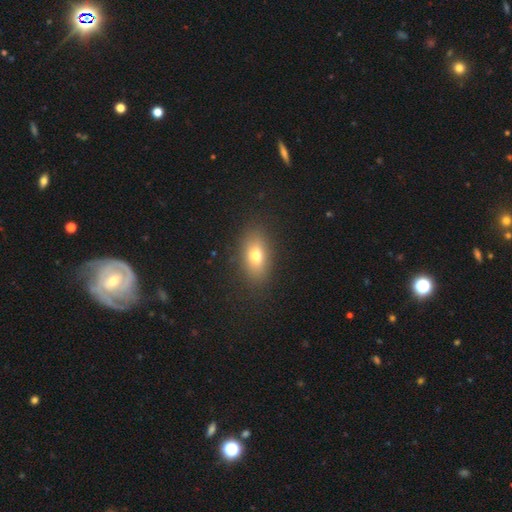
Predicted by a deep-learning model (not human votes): smooth 73%, featured or disk 16%, star or artifact 11%. Down the decision tree: how rounded — in between (81%); merging — none (85%).